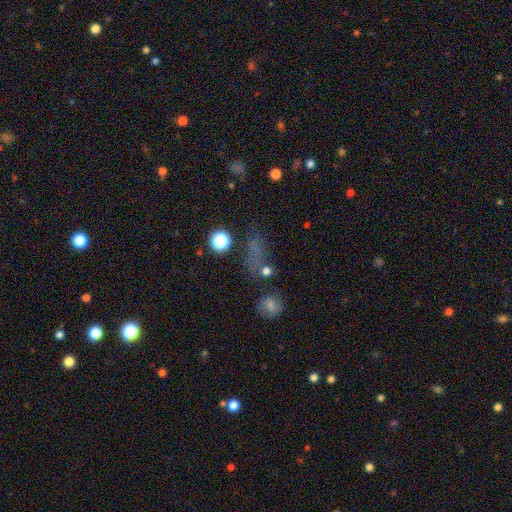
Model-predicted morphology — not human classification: A smooth galaxy with no disk features (47%).

Vote fractions:
- Smooth or featured? smooth: 47% / star or artifact: 39% / featured or disk: 14%
- Merging? none: 58% / minor disturbance: 17% / major disturbance: 13% / merger: 12%